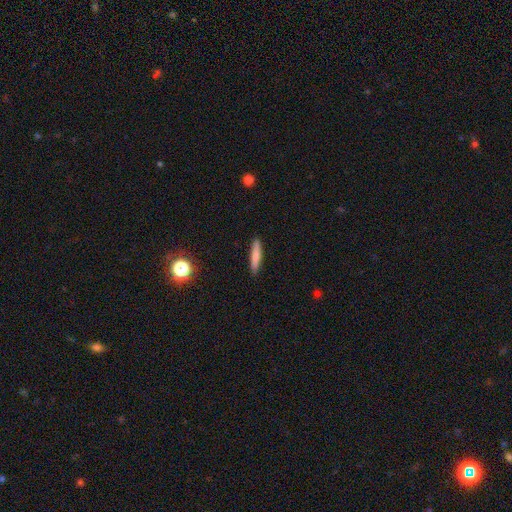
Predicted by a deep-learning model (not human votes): Overall: smooth (75%). How rounded: cigar-shaped (89%). Merging: none (90%).